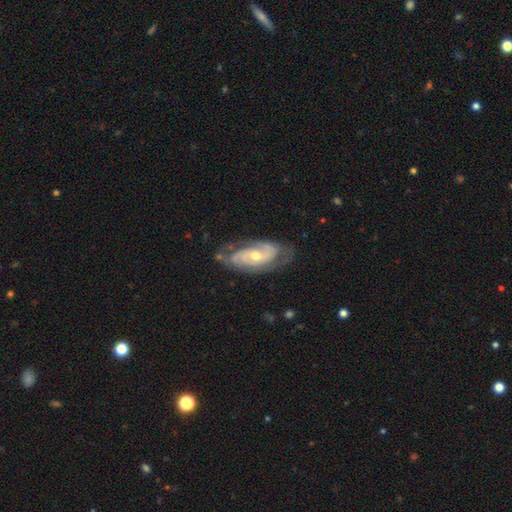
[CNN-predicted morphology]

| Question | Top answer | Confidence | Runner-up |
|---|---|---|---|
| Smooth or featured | featured or disk | 85% | smooth (10%) |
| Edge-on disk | no | 94% | yes (6%) |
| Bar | no | 60% | weak (31%) |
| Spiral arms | yes | 95% | no (5%) |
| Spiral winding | tight | 51% | medium (38%) |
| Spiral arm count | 2 | 67% | can't tell (15%) |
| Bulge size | moderate | 56% | small (40%) |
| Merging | none | 69% | minor disturbance (22%) |